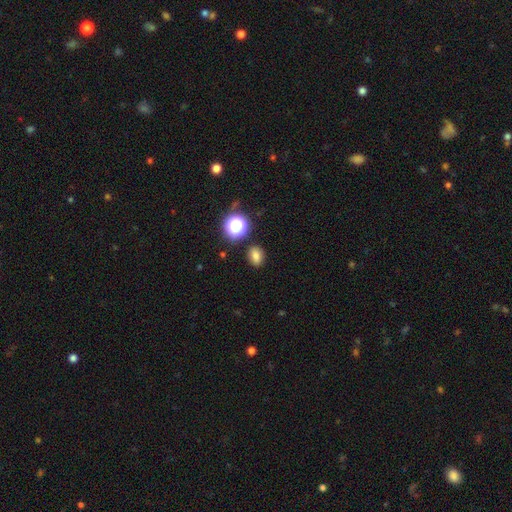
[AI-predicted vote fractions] smooth 75%, star or artifact 17%, featured or disk 8%. Down the decision tree: how rounded — in between (57%); merging — none (85%).